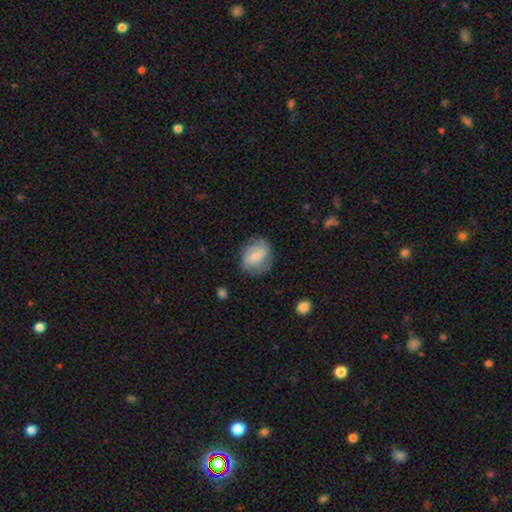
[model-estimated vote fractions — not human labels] smooth 67%, featured or disk 26%, star or artifact 7%. Down the decision tree: how rounded — in between (54%); merging — none (67%).